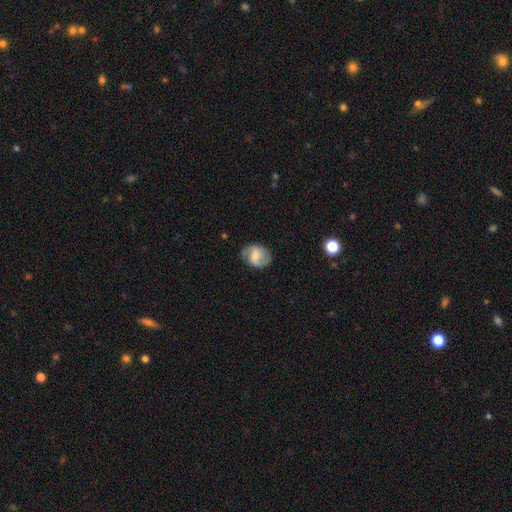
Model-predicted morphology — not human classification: The model was most divided on "spiral winding": medium: 47%, loose: 33%, tight: 20%. More confident: edge-on disk — no (97%); spiral arms — yes (90%); spiral arm count — 2 (87%); merging — none (78%); smooth or featured — featured or disk (67%); bulge size — moderate (53%); bar — weak (51%).